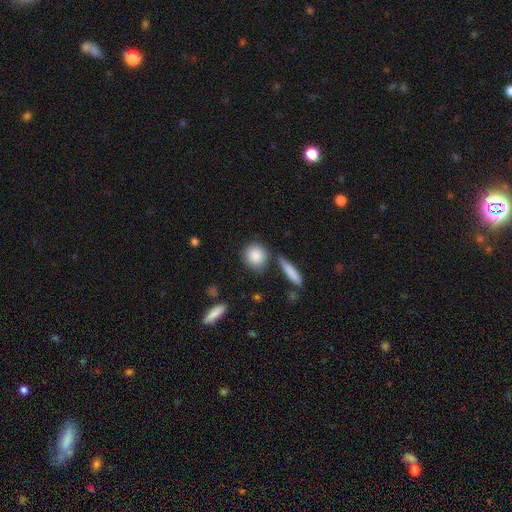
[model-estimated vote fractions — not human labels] A smooth galaxy with no disk features (87%) that is round (77%). Merging: none (72%).